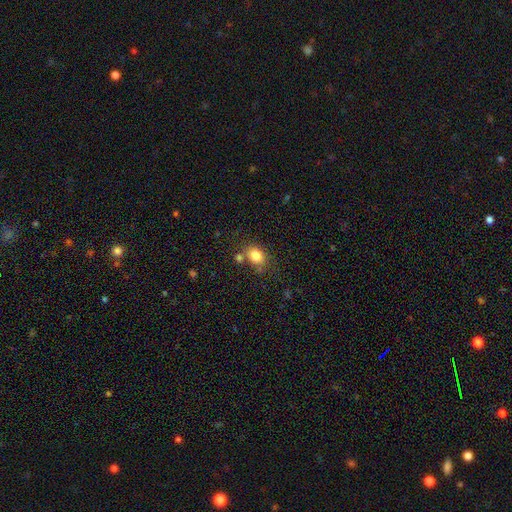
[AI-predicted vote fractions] Q: Smooth or featured?
A: smooth (82%); runner-up: star or artifact (10%)
Q: How rounded?
A: in between (62%); runner-up: round (37%)
Q: Merging?
A: none (67%); runner-up: minor disturbance (15%)